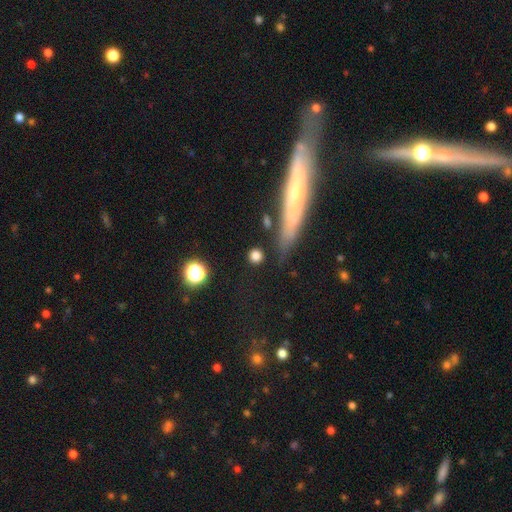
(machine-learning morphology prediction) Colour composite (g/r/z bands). It shows a smooth galaxy with no disk features (81%) that is round (88%). Merging: none (85%).